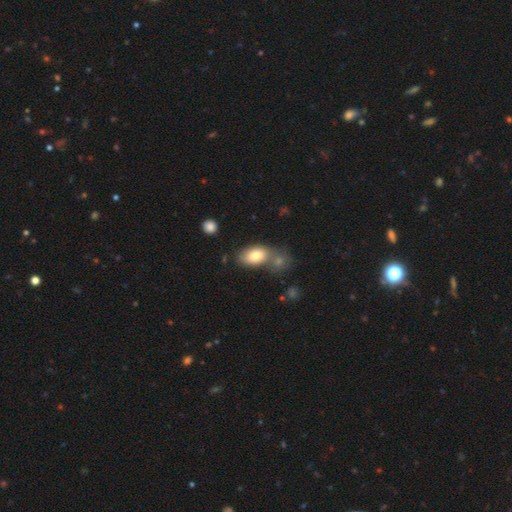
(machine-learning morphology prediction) This is likely a smooth galaxy (79%). How rounded: clearly in between (91%). Merging: marginally merger (43%).